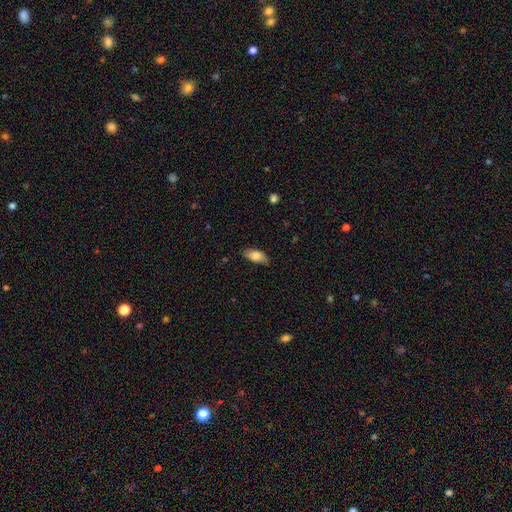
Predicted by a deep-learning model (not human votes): Morphology: type=smooth (81%); roundness=in between (88%); merging=none (79%).